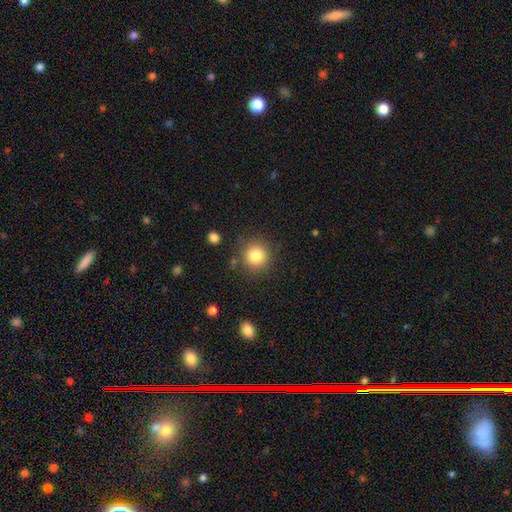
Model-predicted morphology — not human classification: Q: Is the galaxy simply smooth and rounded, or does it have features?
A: smooth — 82%.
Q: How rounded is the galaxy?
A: round — 92%.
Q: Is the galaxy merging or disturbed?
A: none — 86%.